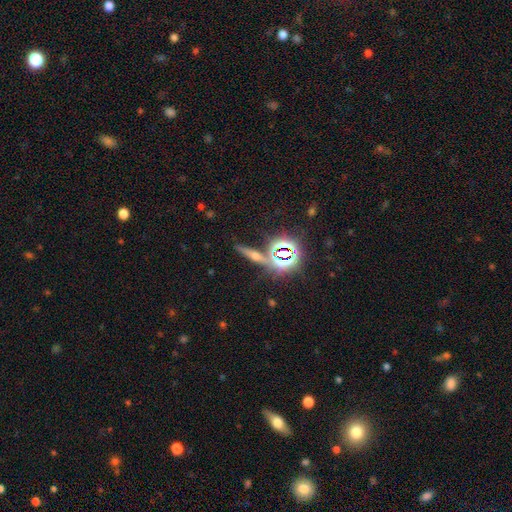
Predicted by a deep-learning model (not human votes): Q: Smooth or featured?
A: featured or disk (39%); runner-up: star or artifact (34%)
Q: Merging?
A: none (79%); runner-up: minor disturbance (9%)